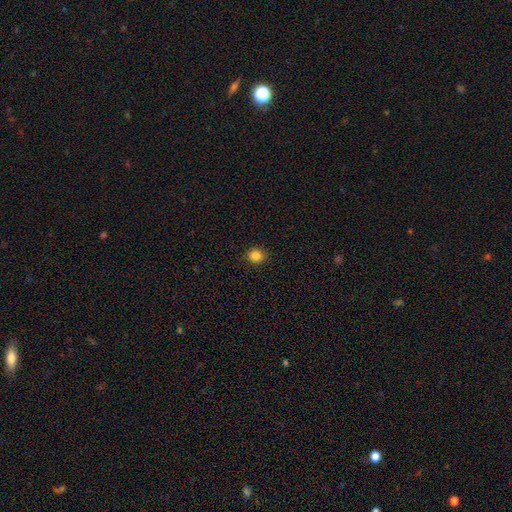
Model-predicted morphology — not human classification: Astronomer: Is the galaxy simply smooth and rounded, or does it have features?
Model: smooth — 84%.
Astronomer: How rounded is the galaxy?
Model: round — 84%.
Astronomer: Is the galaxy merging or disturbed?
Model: none — 91%.